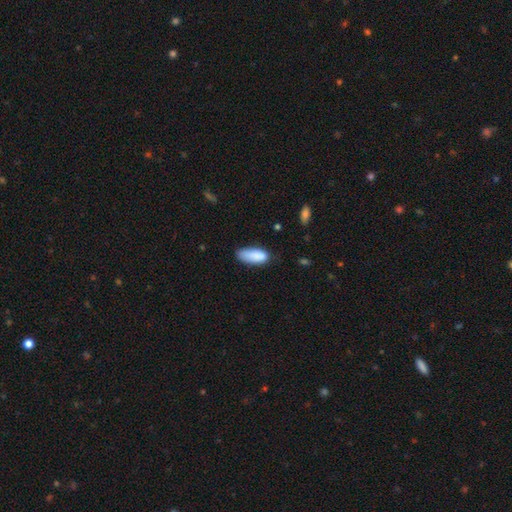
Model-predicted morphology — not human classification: Smooth or featured? Predicted: smooth (p=0.88). How rounded? Predicted: in between (p=0.83). Merging? Predicted: none (p=0.60).